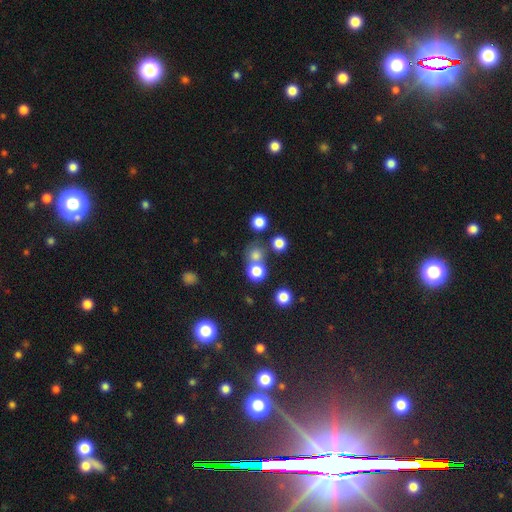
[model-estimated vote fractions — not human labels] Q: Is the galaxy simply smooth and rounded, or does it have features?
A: smooth — 74%.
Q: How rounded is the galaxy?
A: round — 88%.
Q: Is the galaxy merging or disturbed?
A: none — 61%.